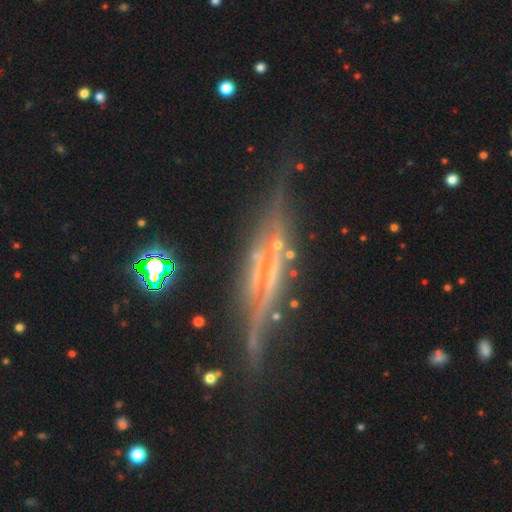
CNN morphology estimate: Overall: featured or disk (72%). Edge-on disk: yes (88%). Edge-on bulge: none (42%; rounded 34%). Merging: none (68%).